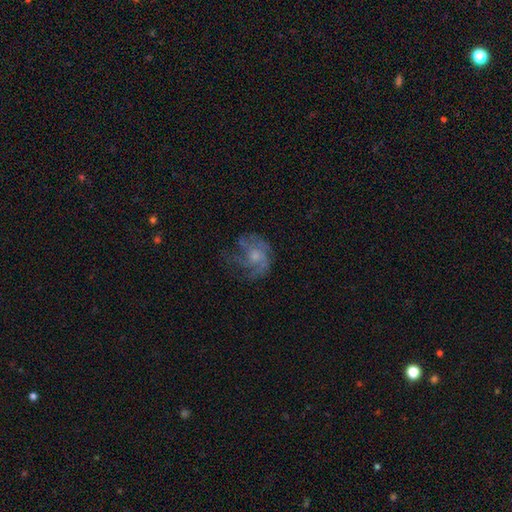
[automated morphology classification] Smooth or featured? Predicted: featured or disk (p=0.69). Edge-on disk? Predicted: no (p=0.98). Bar? Predicted: no (p=0.76). Spiral arms? Predicted: yes (p=0.81). Spiral winding? Predicted: medium (p=0.43). Spiral arm count? Predicted: can't tell (p=0.32). Bulge size? Predicted: moderate (p=0.45). Merging? Predicted: none (p=0.53).